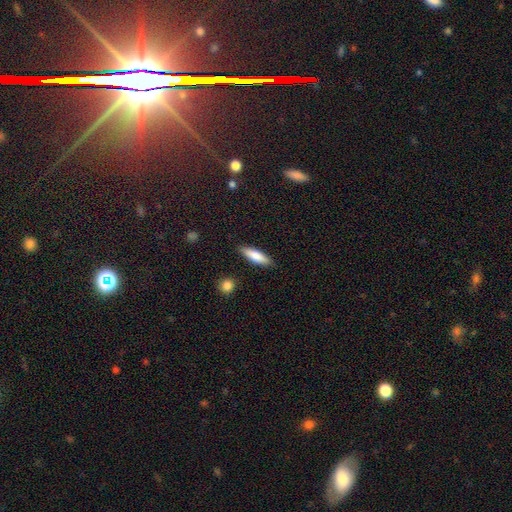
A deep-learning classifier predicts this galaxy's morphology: A smooth galaxy with no disk features (77%) that is cigar-shaped (58%).

Vote fractions:
- Smooth or featured? smooth: 77% / featured or disk: 17% / star or artifact: 6%
- How rounded? cigar-shaped: 58% / in between: 40% / round: 2%
- Merging? none: 87% / minor disturbance: 9% / major disturbance: 2% / merger: 2%